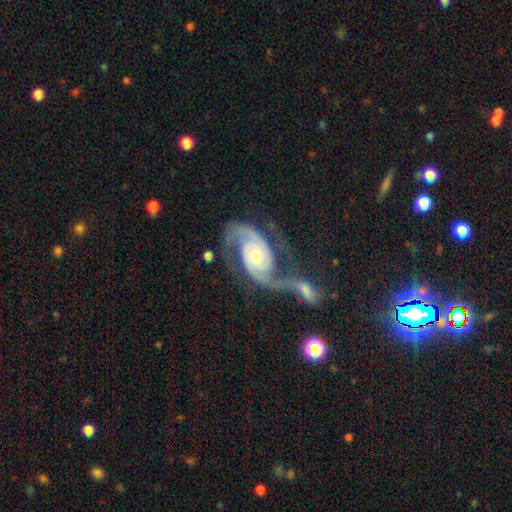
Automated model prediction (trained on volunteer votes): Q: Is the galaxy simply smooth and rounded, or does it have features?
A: featured or disk — 92%.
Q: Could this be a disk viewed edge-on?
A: no — 97%.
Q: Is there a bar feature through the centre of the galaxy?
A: no — 65%.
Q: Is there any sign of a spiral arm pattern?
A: yes — 98%.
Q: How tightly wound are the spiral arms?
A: medium — 49%.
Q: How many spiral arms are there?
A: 2 — 91%.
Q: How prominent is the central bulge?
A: moderate — 53%.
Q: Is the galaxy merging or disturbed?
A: merger — 42%.